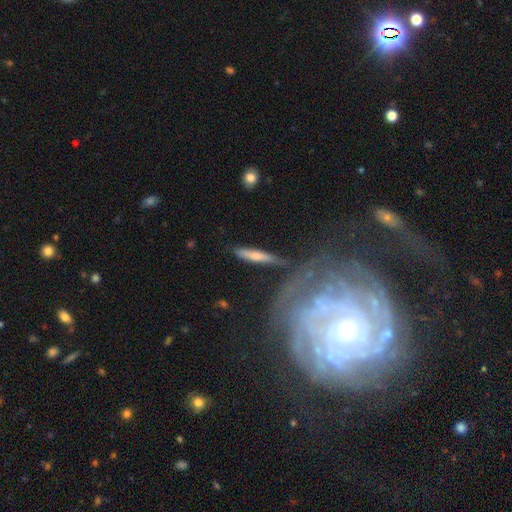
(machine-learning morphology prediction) Smooth or featured? smooth (62%)
How rounded? cigar-shaped (88%)
Merging? none (72%)